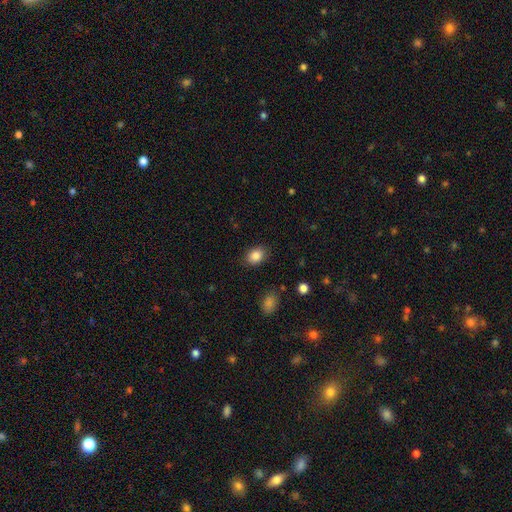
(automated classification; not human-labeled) This appears to be a smooth galaxy with no disk features (86%) that is in between round and cigar-shaped (73%). Merging: none (85%).